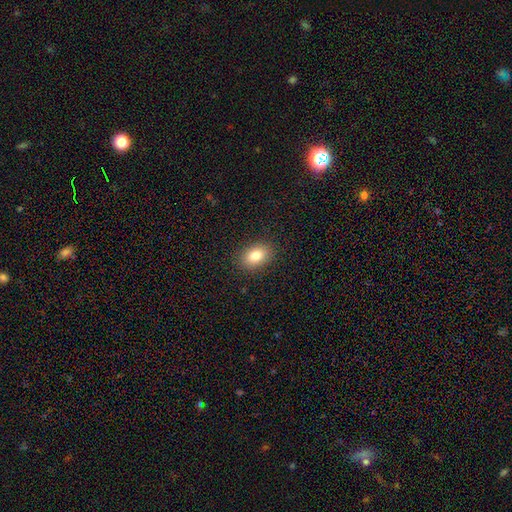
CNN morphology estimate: smooth 82%, star or artifact 9%, featured or disk 9%. Down the decision tree: how rounded — in between (79%); merging — none (88%).